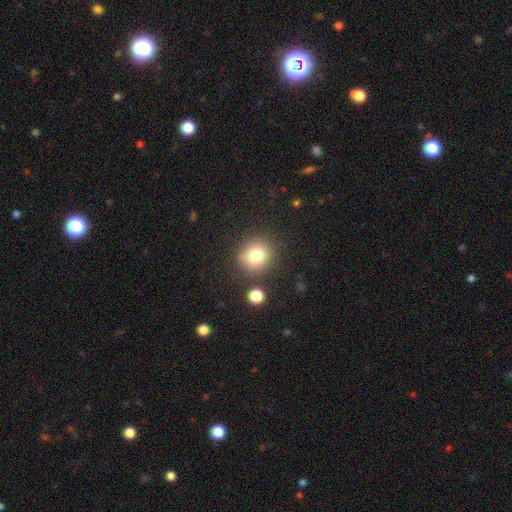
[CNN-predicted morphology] smooth-or-featured: smooth: 78% | star or artifact: 13% | featured or disk: 9%
  how-rounded: round: 89% | in between: 10% | cigar-shaped: 1%
  merging: none: 82% | minor disturbance: 9% | merger: 6% | major disturbance: 3%